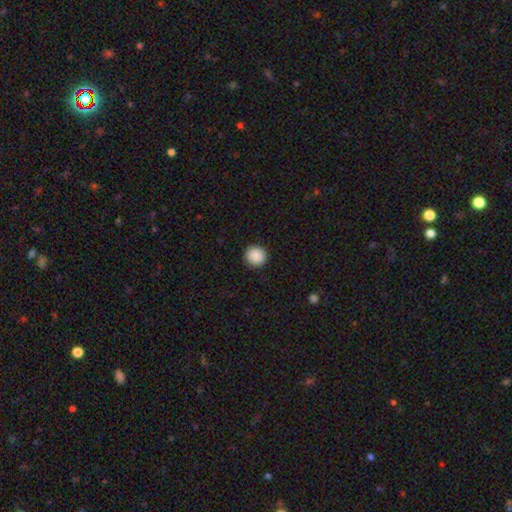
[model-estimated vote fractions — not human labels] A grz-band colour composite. It shows a smooth galaxy with no disk features (90%) that is round (92%). Merging: none (92%).